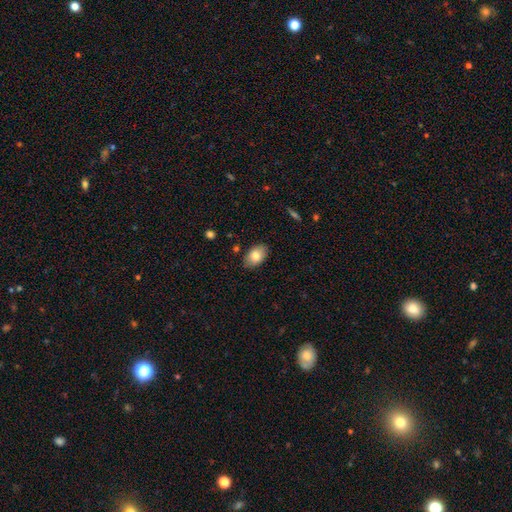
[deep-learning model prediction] smooth_or_featured: smooth (p=0.81) [alt: featured or disk p=0.12]
how_rounded: in between (p=0.90) [alt: round p=0.08]
merging: none (p=0.85) [alt: minor disturbance p=0.11]